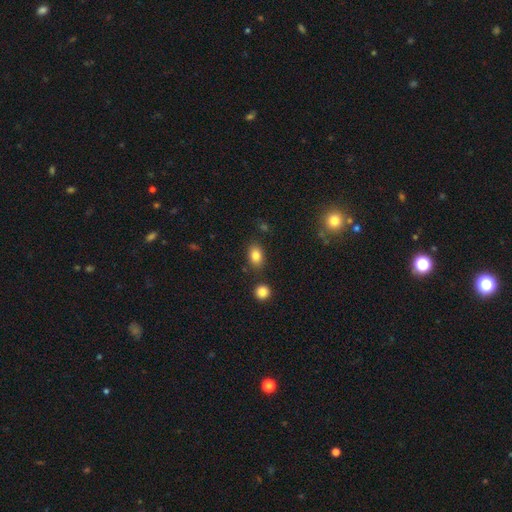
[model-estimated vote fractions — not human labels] Q: Smooth or featured?
A: smooth (84%); runner-up: star or artifact (9%)
Q: How rounded?
A: in between (78%); runner-up: round (20%)
Q: Merging?
A: none (80%); runner-up: minor disturbance (12%)